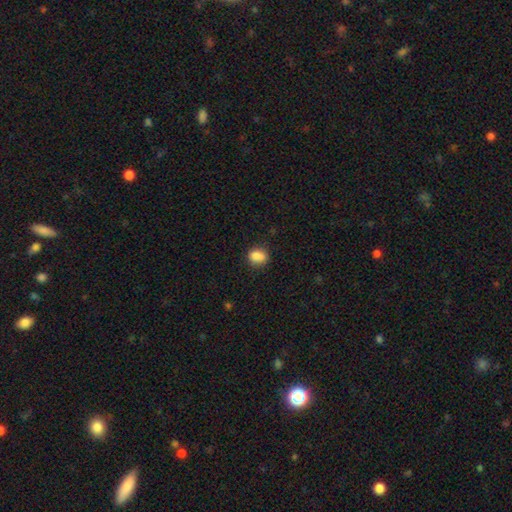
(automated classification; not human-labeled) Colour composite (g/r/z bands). It shows a smooth galaxy with no disk features (85%) that is in between round and cigar-shaped (52%). Merging: none (71%).